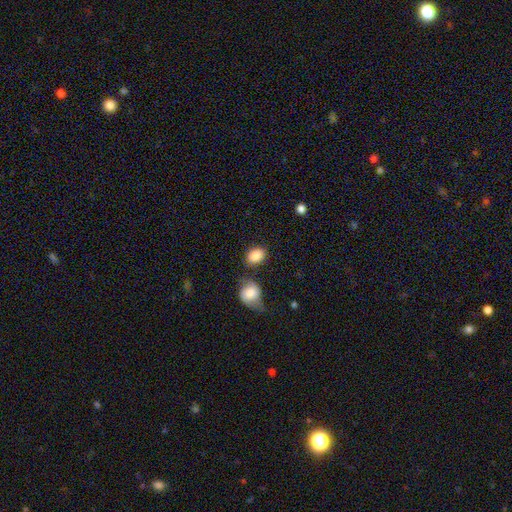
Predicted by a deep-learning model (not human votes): Overall: smooth (87%). How rounded: in between (71%). Merging: none (69%).